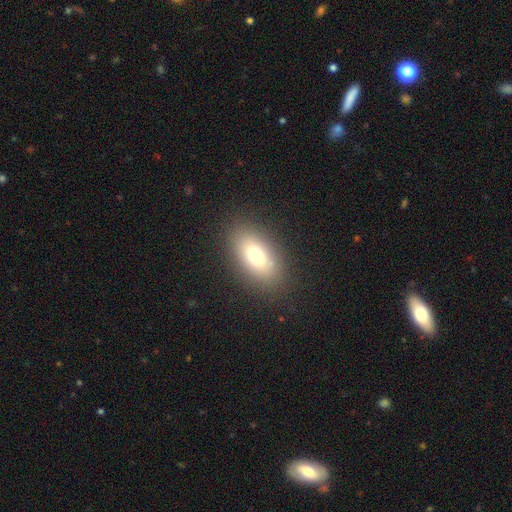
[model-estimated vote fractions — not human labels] smooth-or-featured: smooth: 75% | featured or disk: 15% | star or artifact: 10%
  how-rounded: in between: 88% | round: 7% | cigar-shaped: 5%
  merging: none: 86% | minor disturbance: 9% | major disturbance: 3% | merger: 1%